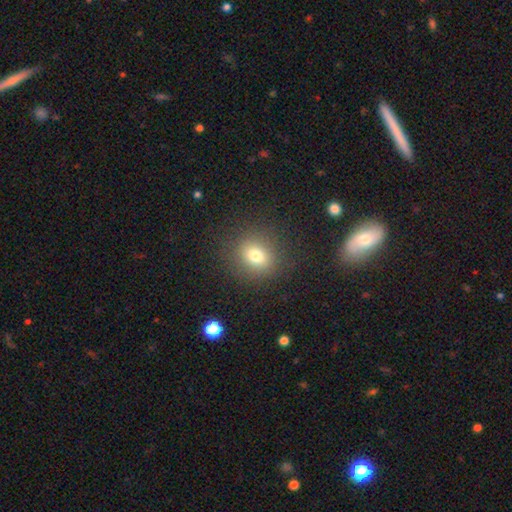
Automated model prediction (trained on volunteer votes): smooth 74%, star or artifact 16%, featured or disk 10%. Down the decision tree: how rounded — round (75%); merging — none (86%).